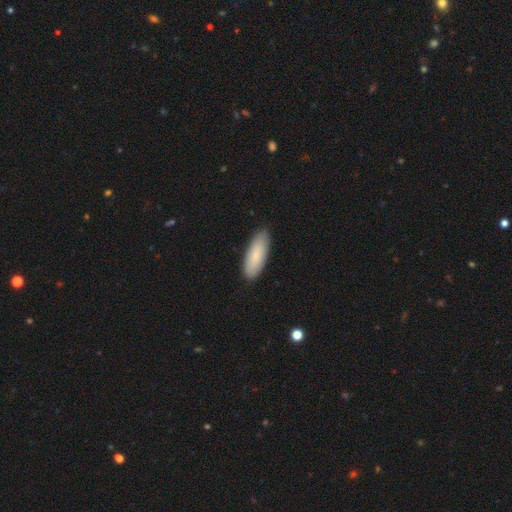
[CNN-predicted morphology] The model was most divided on "how rounded": in between: 69%, cigar-shaped: 30%, round: 2%. More confident: merging — none (87%); smooth or featured — smooth (84%).